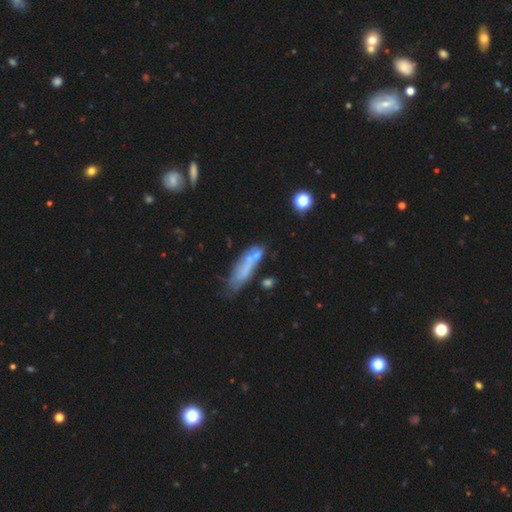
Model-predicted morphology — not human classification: A smooth galaxy with no disk features (57%) that is cigar-shaped (58%). Merging: none (44%).